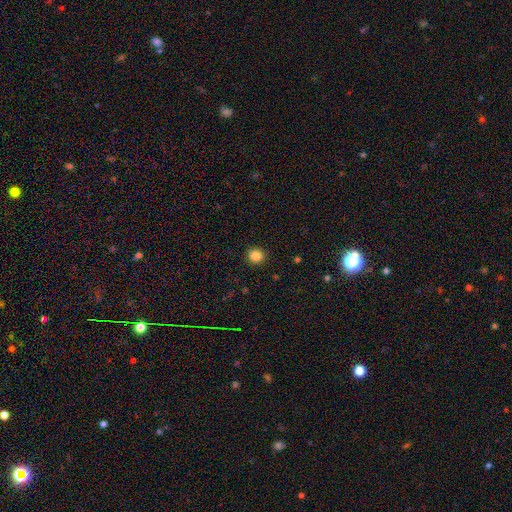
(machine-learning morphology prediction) Smooth or featured? smooth (85%)
How rounded? round (92%)
Merging? none (92%)